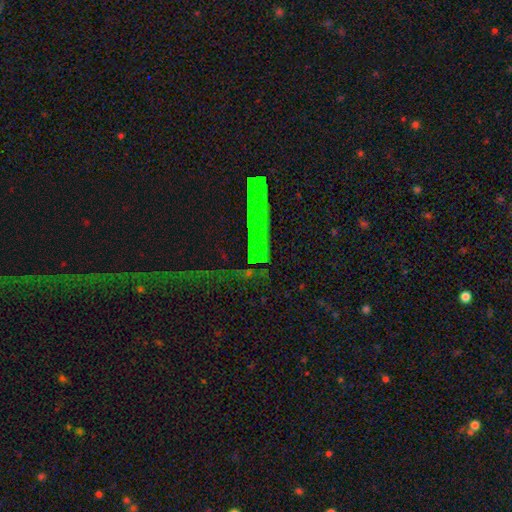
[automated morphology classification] A star or artifact, not a galaxy (74%).